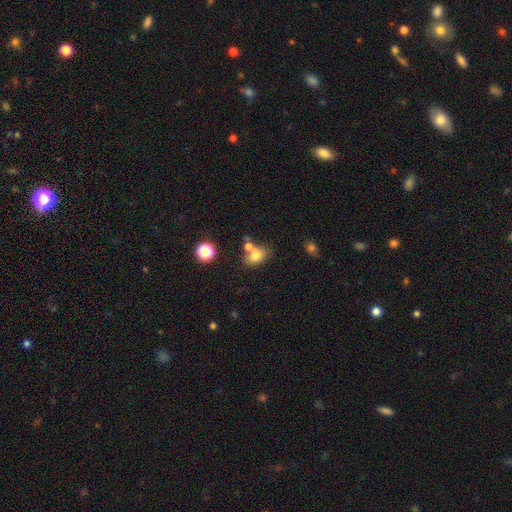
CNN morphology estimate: The model was most divided on "merging": none: 40%, merger: 39%, minor disturbance: 14%, major disturbance: 7%. More confident: smooth or featured — smooth (71%); how rounded — in between (66%).